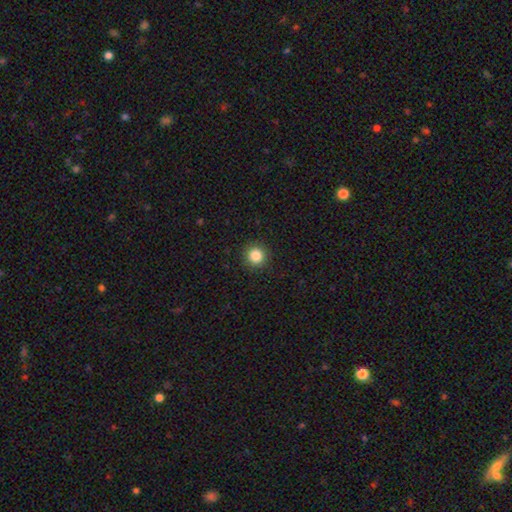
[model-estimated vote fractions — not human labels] The model was most divided on "smooth or featured": smooth: 85%, star or artifact: 11%, featured or disk: 4%. More confident: how rounded — round (94%); merging — none (92%).